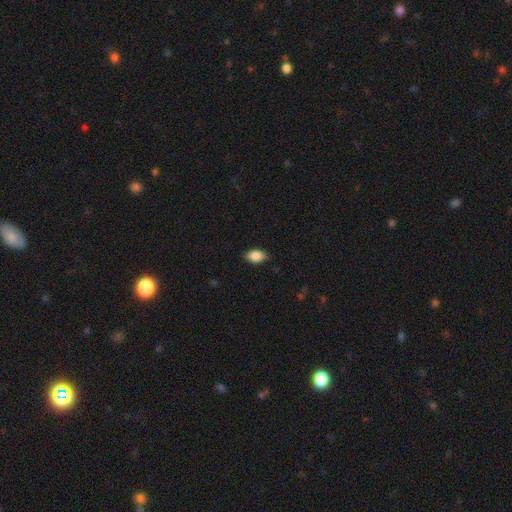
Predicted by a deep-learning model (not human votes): Smooth or featured? smooth (87%)
How rounded? in between (91%)
Merging? none (86%)